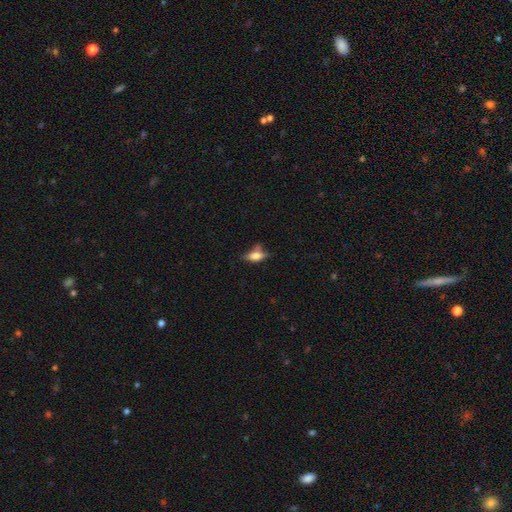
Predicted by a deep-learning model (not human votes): Smooth or featured: smooth — 64% (featured or disk — 27%)
How rounded: in between — 73% (cigar-shaped — 22%)
Merging: none — 51% (minor disturbance — 24%)